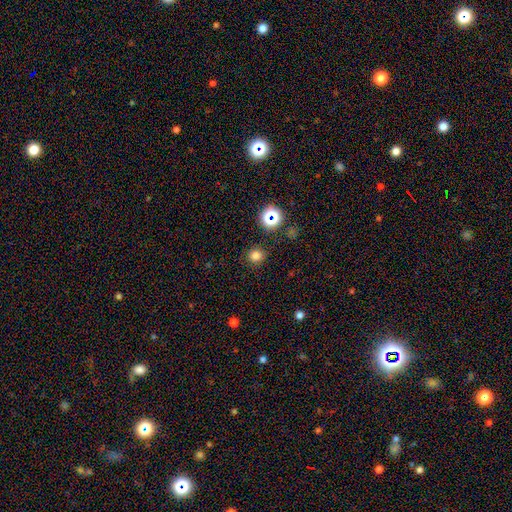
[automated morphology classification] This appears to be a smooth galaxy with no disk features (78%) that is round (88%). Merging: none (88%).